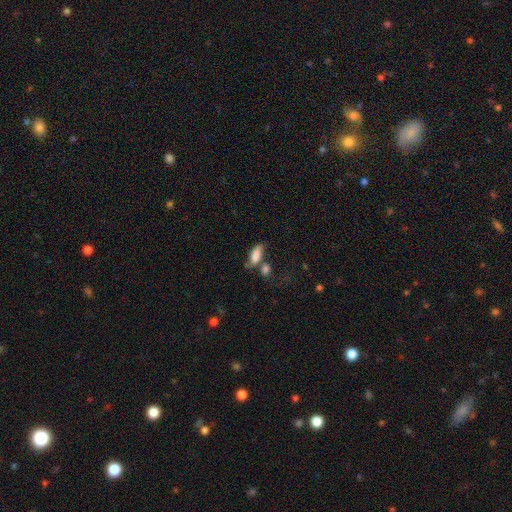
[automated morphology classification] A smooth galaxy with no disk features (75%) that is in between round and cigar-shaped (75%). Merging: none (42%).